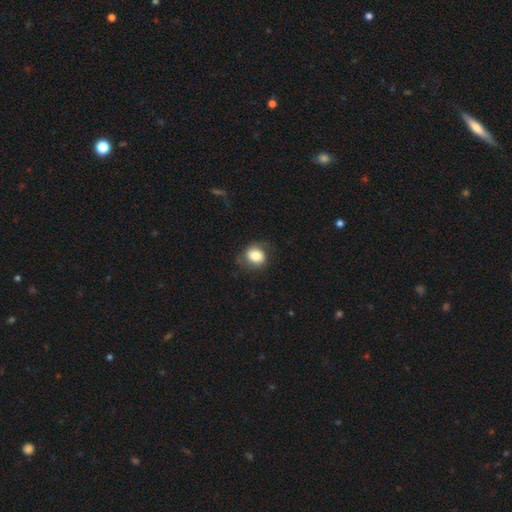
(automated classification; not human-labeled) smooth 72%, featured or disk 20%, star or artifact 9%. Down the decision tree: how rounded — round (64%); merging — none (68%).